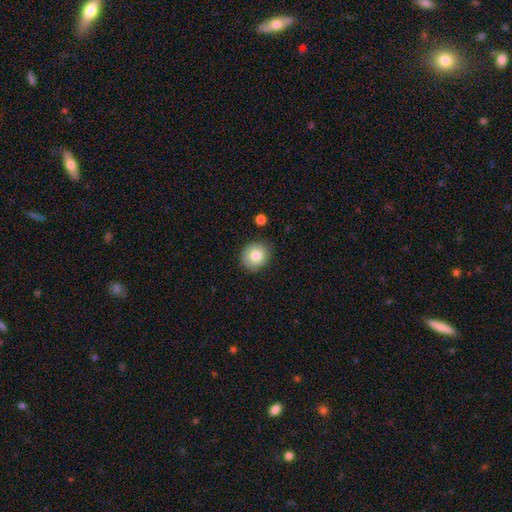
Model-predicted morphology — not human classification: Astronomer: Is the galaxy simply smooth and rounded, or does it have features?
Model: smooth — 81%.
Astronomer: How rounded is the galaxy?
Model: round — 84%.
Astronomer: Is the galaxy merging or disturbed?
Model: none — 84%.